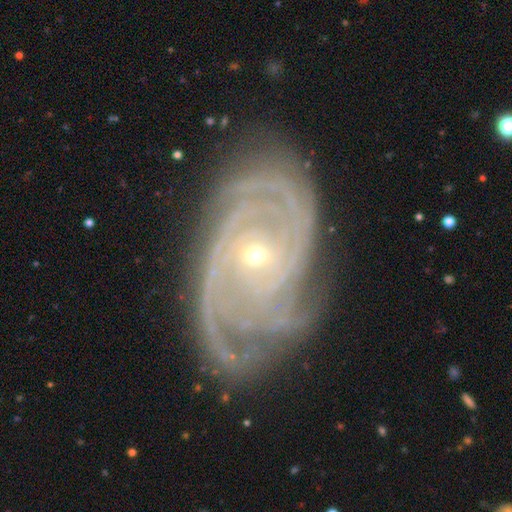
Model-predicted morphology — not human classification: This appears to be a featured or disk galaxy (90%) with no bar (62%), 2 (28%) tight (73%) spiral arms (98%) and a small central bulge (80%). Merging: none (70%).